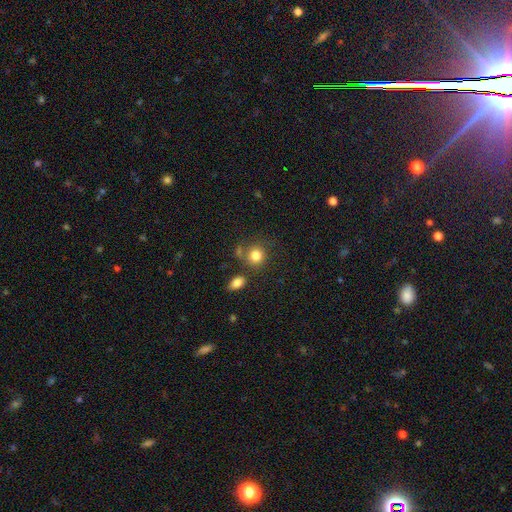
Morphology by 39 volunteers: smooth_or_featured: smooth (p=0.82) [alt: featured or disk p=0.10]
how_rounded: round (p=0.88) [alt: in between p=0.12]
merging: none (p=0.53) [alt: merger p=0.28]